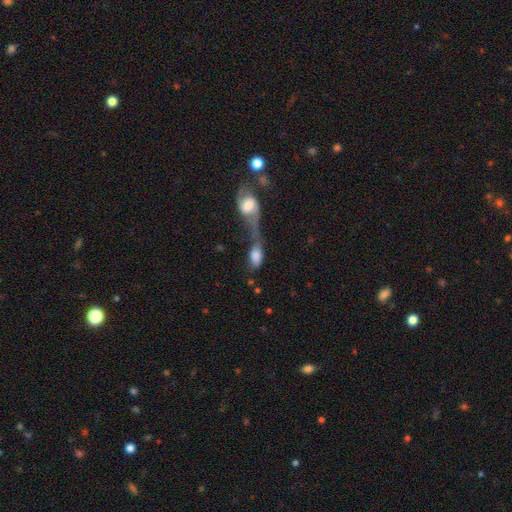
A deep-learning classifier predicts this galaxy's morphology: Overall: smooth (68%). How rounded: in between (88%). Merging: merger (74%).